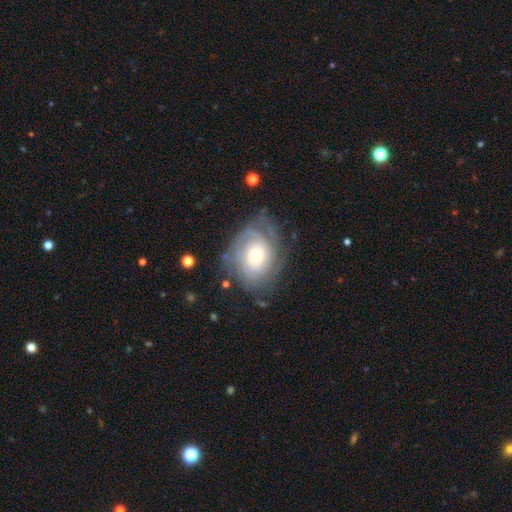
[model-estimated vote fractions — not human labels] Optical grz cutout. It shows a featured or disk galaxy (75%) with no bar (77%), tight (68%) spiral arms (89%) and a moderate central bulge (53%). Merging: none (66%).